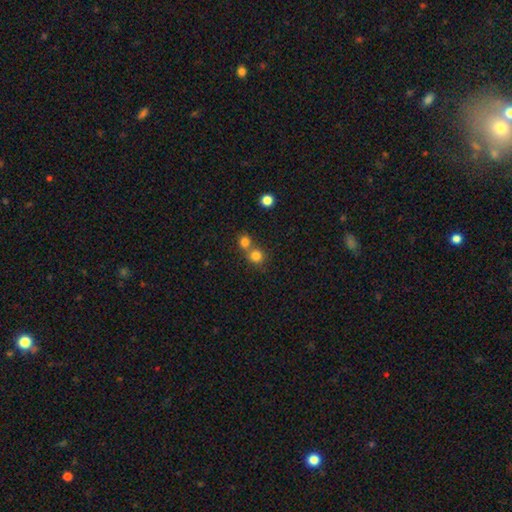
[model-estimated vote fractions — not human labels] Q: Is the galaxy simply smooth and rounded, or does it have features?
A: smooth — 80%.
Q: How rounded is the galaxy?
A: round — 88%.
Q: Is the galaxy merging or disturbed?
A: none — 47%.